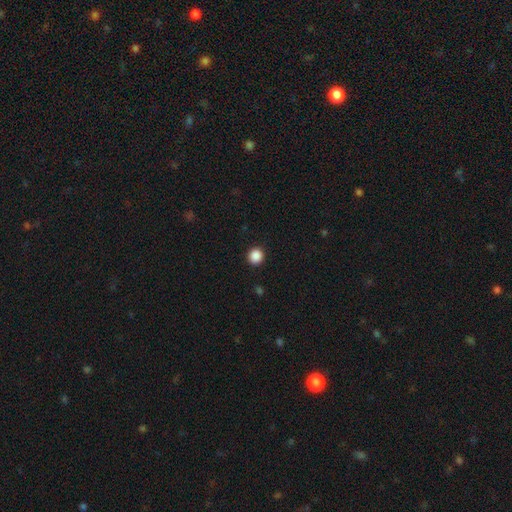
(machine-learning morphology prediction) Q: Smooth or featured?
A: smooth (88%); runner-up: star or artifact (10%)
Q: How rounded?
A: round (92%); runner-up: in between (7%)
Q: Merging?
A: none (92%); runner-up: minor disturbance (5%)